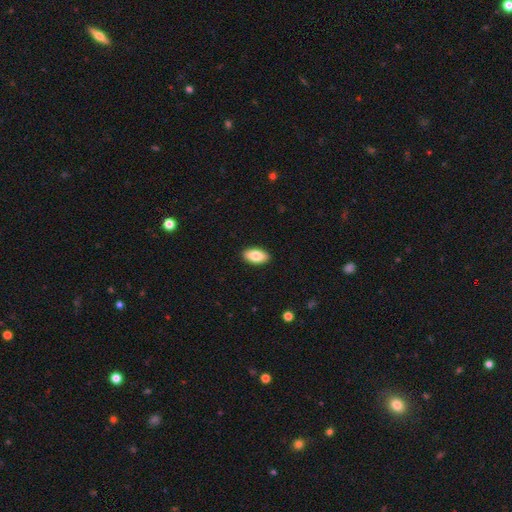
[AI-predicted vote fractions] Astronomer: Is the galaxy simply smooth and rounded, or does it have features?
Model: smooth — 83%.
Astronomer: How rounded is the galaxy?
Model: in between — 94%.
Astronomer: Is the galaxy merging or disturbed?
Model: none — 91%.